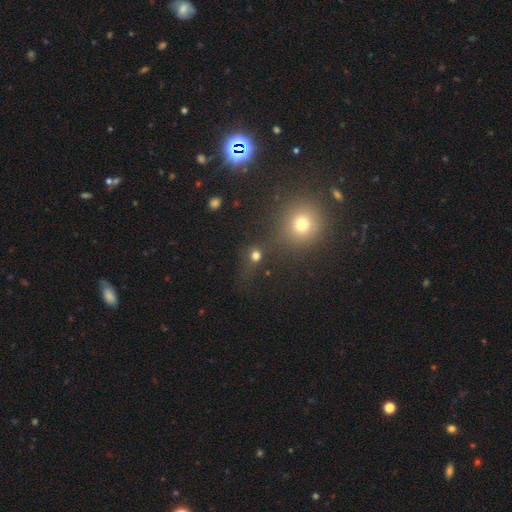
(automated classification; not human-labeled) Smooth or featured: smooth — 71% (star or artifact — 22%)
How rounded: round — 81% (in between — 17%)
Merging: none — 64% (merger — 18%)